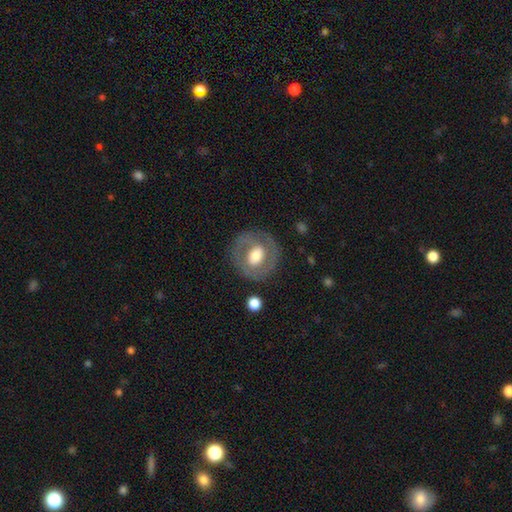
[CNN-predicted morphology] The model was most divided on "smooth or featured": featured or disk: 52%, smooth: 41%, star or artifact: 6%. More confident: edge-on disk — no (96%); merging — none (79%); spiral arms — no (69%); bar — no (58%); bulge size — moderate (52%).